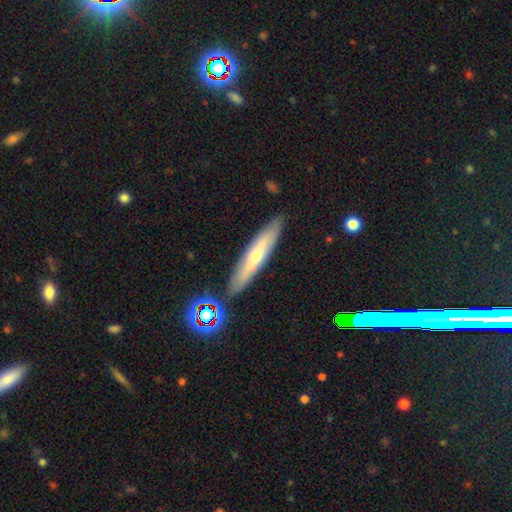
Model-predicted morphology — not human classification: Overall: featured or disk (50%; smooth 41%). Edge-on disk: yes (79%). Merging: none (84%).